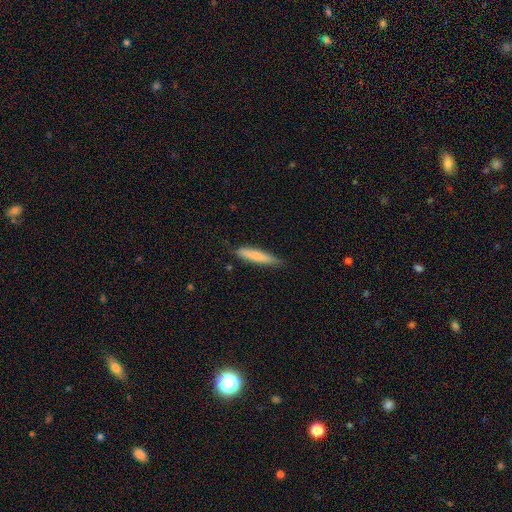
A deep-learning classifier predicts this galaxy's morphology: type=smooth (74%); roundness=cigar-shaped (88%); merging=none (81%).